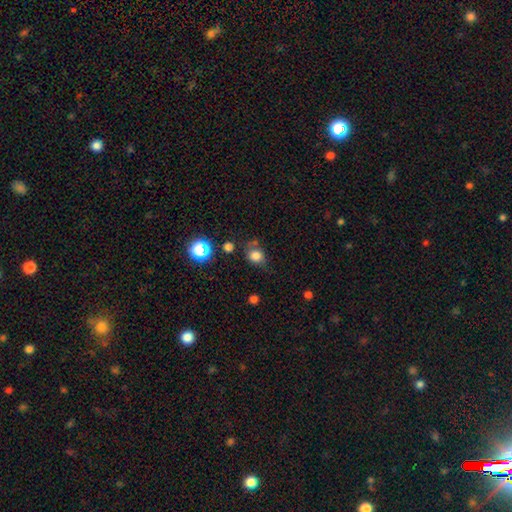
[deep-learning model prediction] This is likely a smooth galaxy (79%). How rounded: likely round (69%). Merging: likely none (63%).